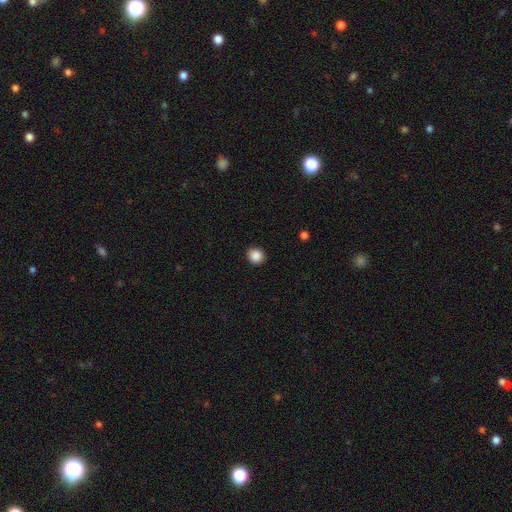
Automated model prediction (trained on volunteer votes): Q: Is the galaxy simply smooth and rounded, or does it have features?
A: smooth — 88%.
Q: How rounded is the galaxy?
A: round — 88%.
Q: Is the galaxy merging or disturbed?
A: none — 92%.